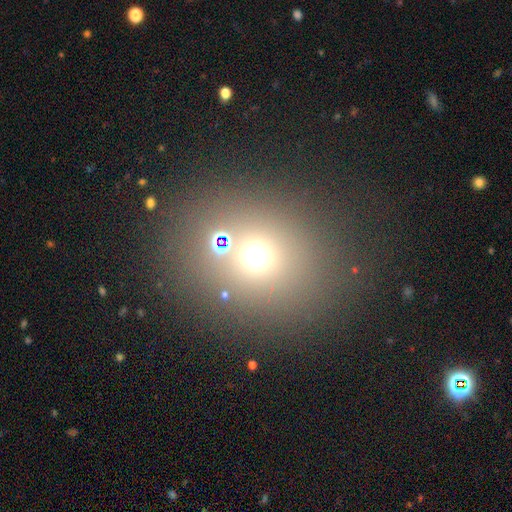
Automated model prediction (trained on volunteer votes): Overall: smooth (58%; star or artifact 33%). How rounded: round (79%). Merging: none (76%).